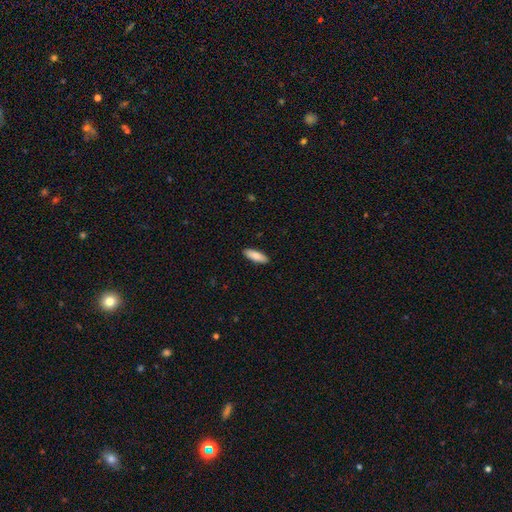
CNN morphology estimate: Smooth or featured? Predicted: smooth (p=0.83). How rounded? Predicted: in between (p=0.56). Merging? Predicted: none (p=0.91).